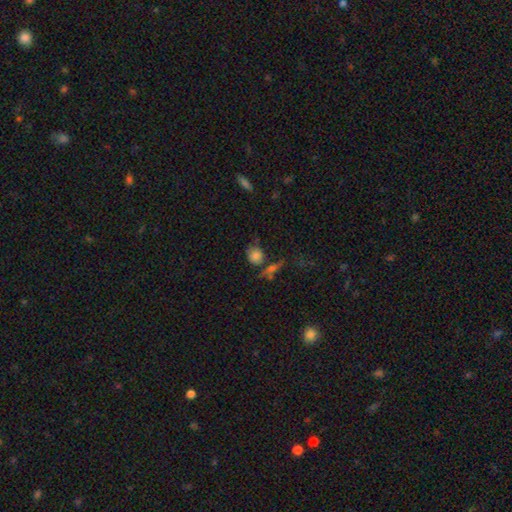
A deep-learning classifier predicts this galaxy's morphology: Smooth or featured: smooth — 77% (star or artifact — 12%)
How rounded: round — 72% (in between — 26%)
Merging: none — 58% (minor disturbance — 19%)